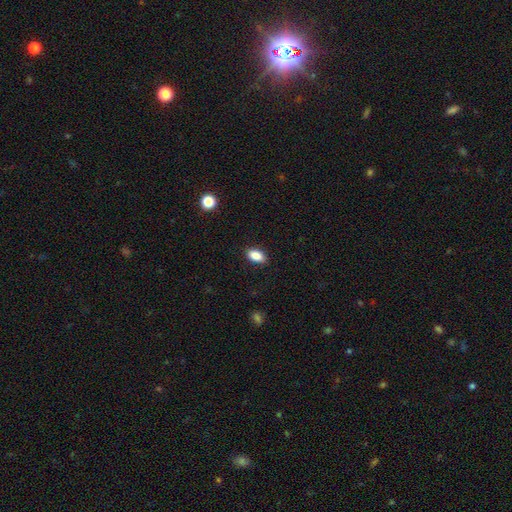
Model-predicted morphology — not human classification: smooth-or-featured: smooth: 85% | star or artifact: 8% | featured or disk: 7%
  how-rounded: in between: 89% | round: 7% | cigar-shaped: 4%
  merging: none: 88% | minor disturbance: 9% | major disturbance: 2% | merger: 1%